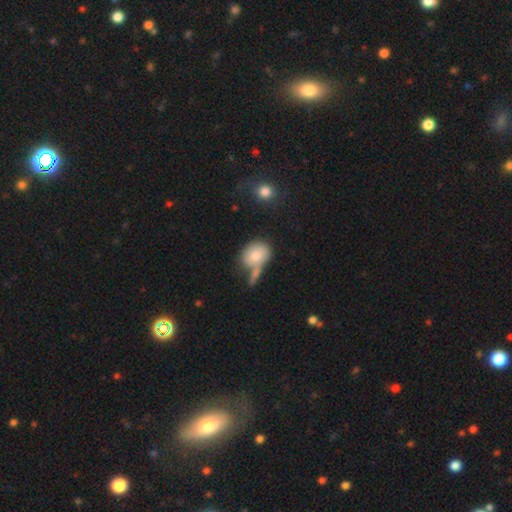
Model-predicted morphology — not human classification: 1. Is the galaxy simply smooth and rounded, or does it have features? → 70% smooth, 22% featured or disk, 8% star or artifact.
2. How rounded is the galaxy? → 51% round, 48% in between, 2% cigar-shaped.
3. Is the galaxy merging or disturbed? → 36% none, 34% merger, 18% minor disturbance, 12% major disturbance.